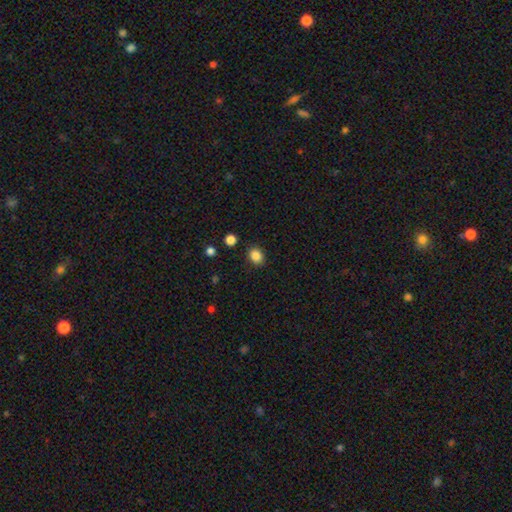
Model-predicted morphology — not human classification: Overall: smooth (86%). How rounded: round (57%; in between 42%). Merging: none (88%).